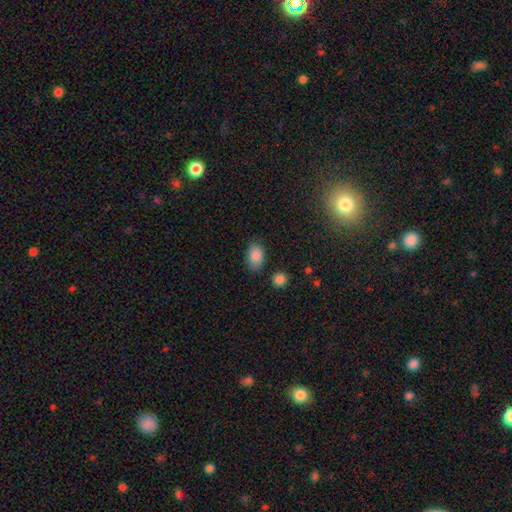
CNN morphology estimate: Smooth or featured? Predicted: smooth (p=0.88). How rounded? Predicted: in between (p=0.87). Merging? Predicted: none (p=0.79).